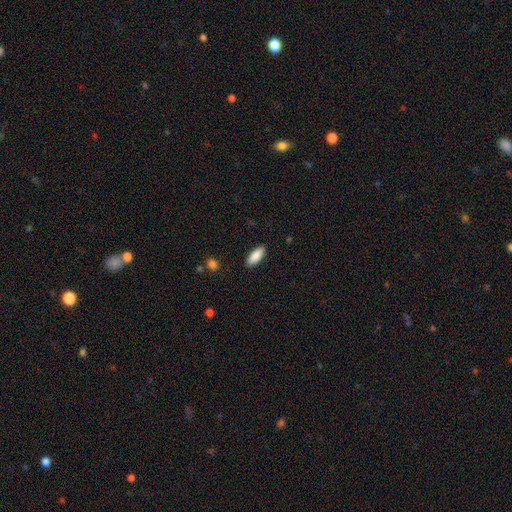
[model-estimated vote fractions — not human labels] Q: Smooth or featured?
A: smooth (87%); runner-up: featured or disk (7%)
Q: How rounded?
A: in between (73%); runner-up: cigar-shaped (25%)
Q: Merging?
A: none (88%); runner-up: minor disturbance (8%)